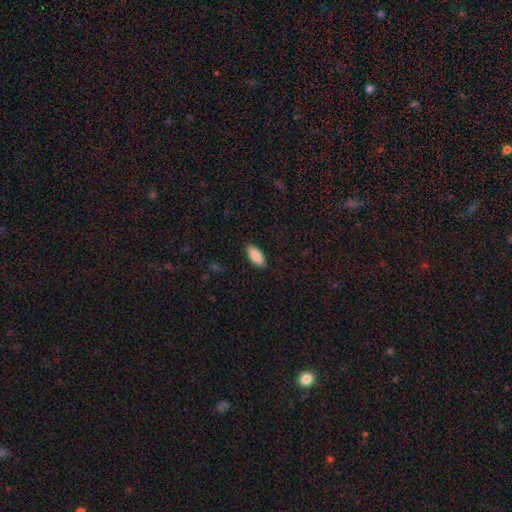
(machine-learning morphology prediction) A smooth galaxy with no disk features (89%) that is in between round and cigar-shaped (86%). Merging: none (88%).